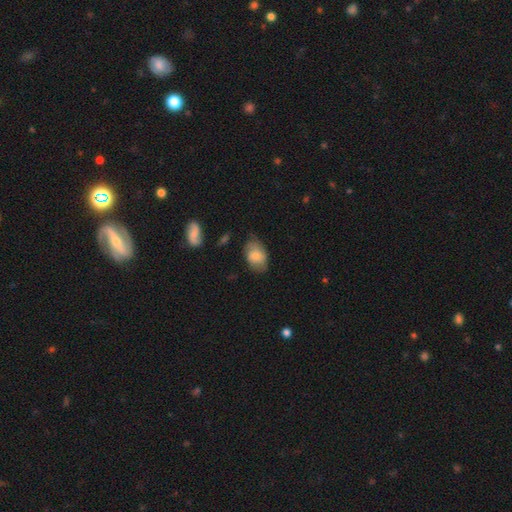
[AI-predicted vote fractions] smooth_or_featured: smooth (p=0.77) [alt: featured or disk p=0.16]
how_rounded: in between (p=0.87) [alt: round p=0.11]
merging: none (p=0.66) [alt: minor disturbance p=0.26]